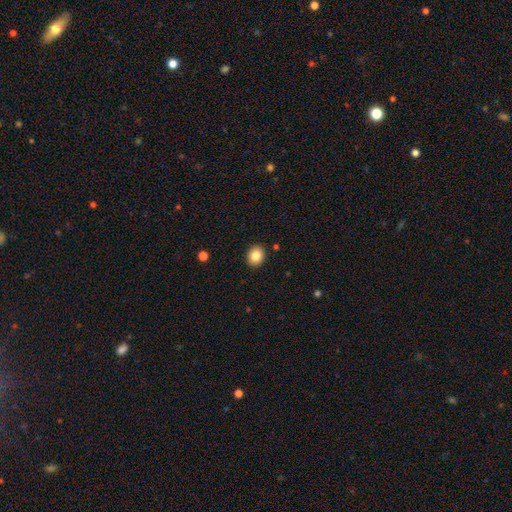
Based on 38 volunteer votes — Overall: smooth (82%). How rounded: round (52%; in between 48%). Merging: none (94%).